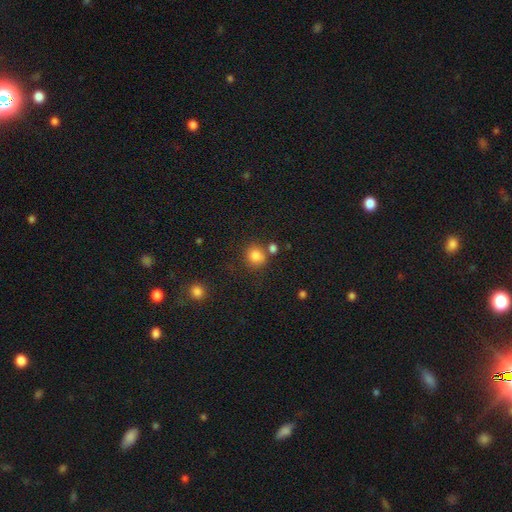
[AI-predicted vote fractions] The model was most divided on "merging": none: 66%, merger: 16%, minor disturbance: 13%, major disturbance: 5%. More confident: smooth or featured — smooth (83%); how rounded — round (81%).